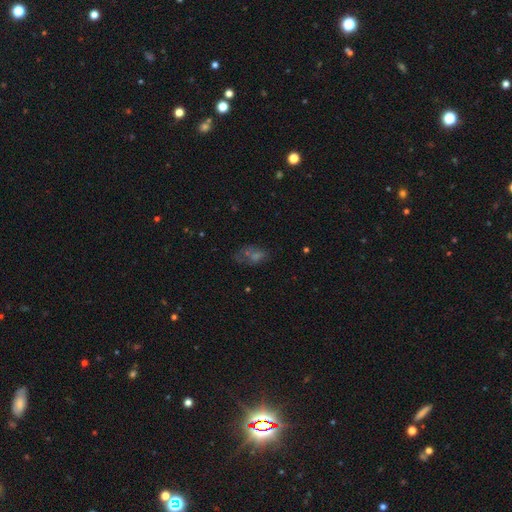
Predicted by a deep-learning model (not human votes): Q: Smooth or featured?
A: smooth (41%); runner-up: featured or disk (30%)
Q: Merging?
A: none (47%); runner-up: major disturbance (23%)